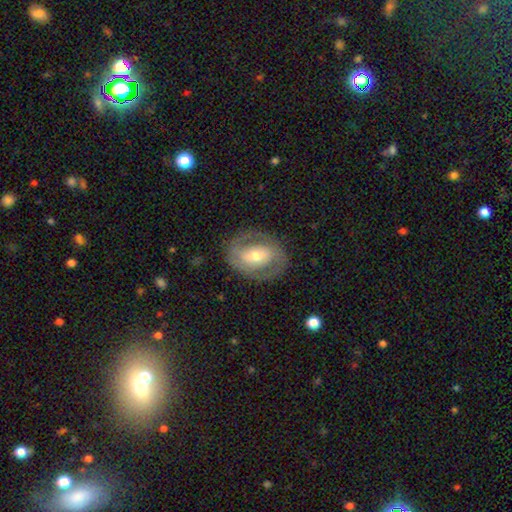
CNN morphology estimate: featured or disk 69%, smooth 25%, star or artifact 6%. Down the decision tree: edge-on disk — no (95%); bar — weak (38%); spiral arms — yes (71%); bulge size — moderate (60%); merging — none (80%).